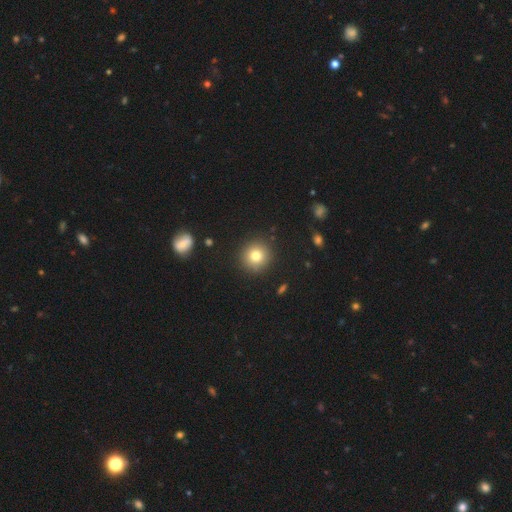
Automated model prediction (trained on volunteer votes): A smooth galaxy with no disk features (78%) that is round (94%). Merging: none (90%).